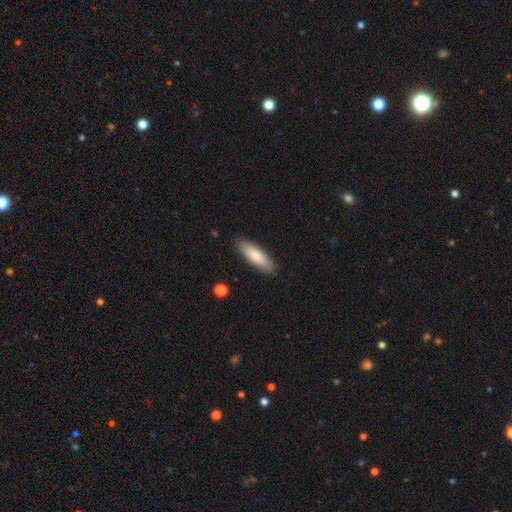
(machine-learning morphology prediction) Smooth or featured? Predicted: smooth (p=0.82). How rounded? Predicted: cigar-shaped (p=0.53). Merging? Predicted: none (p=0.88).